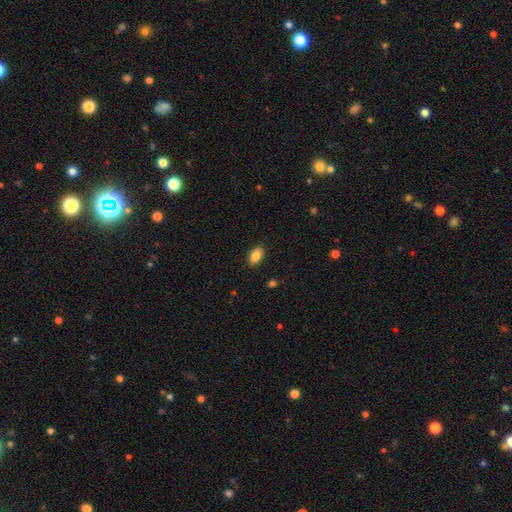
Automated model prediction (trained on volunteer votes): smooth 86%, star or artifact 8%, featured or disk 6%. Down the decision tree: how rounded — in between (92%); merging — none (88%).